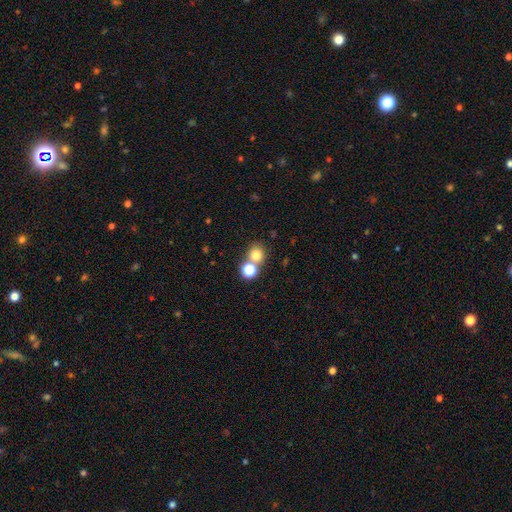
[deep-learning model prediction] Smooth or featured? Predicted: smooth (p=0.76). How rounded? Predicted: round (p=0.83). Merging? Predicted: none (p=0.56).